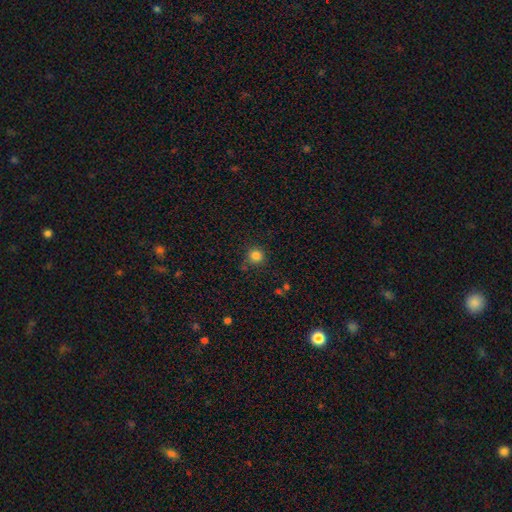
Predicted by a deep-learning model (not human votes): This appears to be a smooth galaxy with no disk features (83%) that is round (93%). Merging: none (82%).